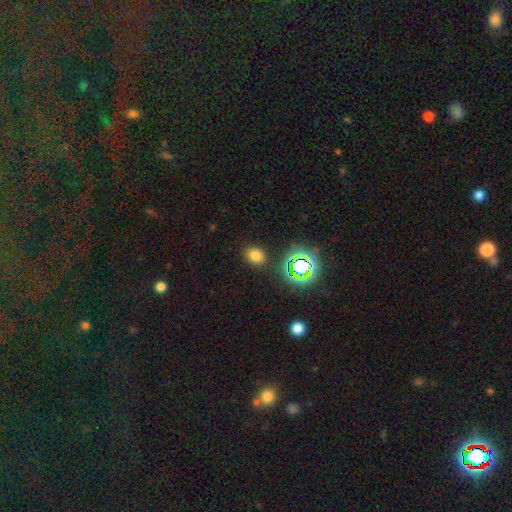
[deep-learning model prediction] Smooth or featured?
  - smooth: 72% *
  - star or artifact: 22%
  - featured or disk: 7%
How rounded?
  - in between: 59% *
  - round: 40%
  - cigar-shaped: 1%
Merging?
  - none: 86% *
  - minor disturbance: 9%
  - major disturbance: 3%
  - merger: 3%